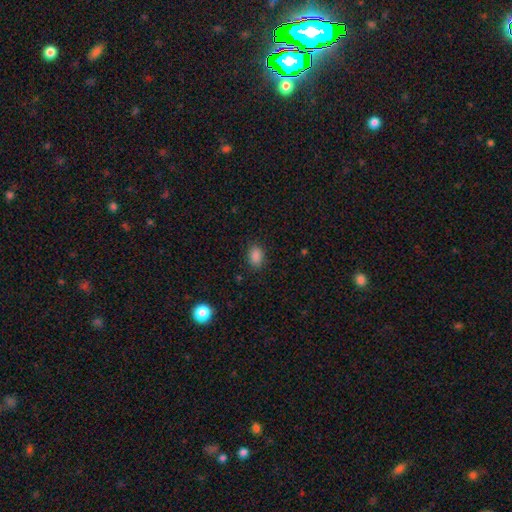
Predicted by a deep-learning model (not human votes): smooth-or-featured: smooth: 86% | star or artifact: 11% | featured or disk: 3%
  how-rounded: in between: 76% | round: 23% | cigar-shaped: 1%
  merging: none: 84% | minor disturbance: 12% | major disturbance: 3% | merger: 1%